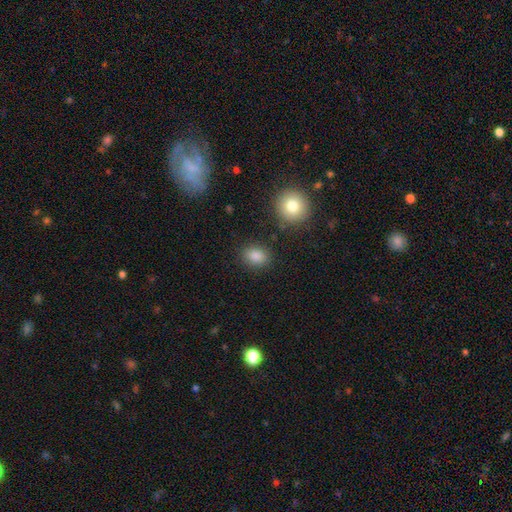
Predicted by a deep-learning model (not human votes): Smooth or featured? smooth (85%)
How rounded? in between (55%)
Merging? none (85%)